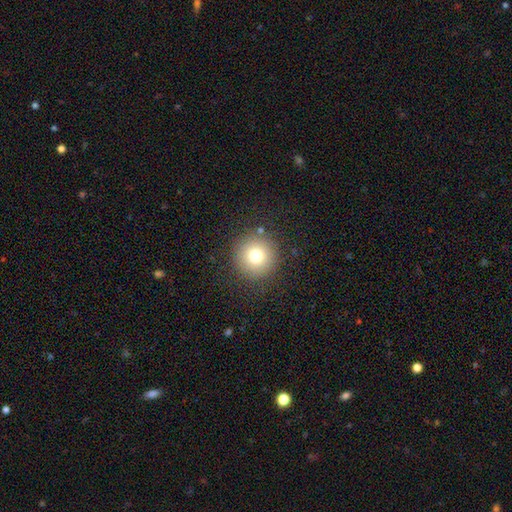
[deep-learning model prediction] Smooth or featured? smooth (76%)
How rounded? round (96%)
Merging? none (88%)